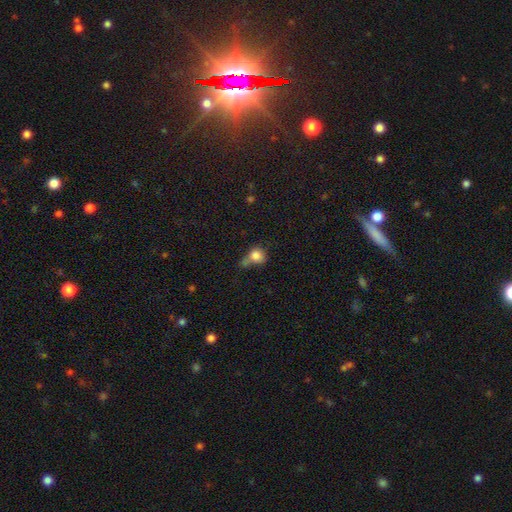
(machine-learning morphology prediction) smooth-or-featured: smooth: 81% | star or artifact: 10% | featured or disk: 8%
  how-rounded: round: 74% | in between: 25% | cigar-shaped: 1%
  merging: none: 39% | merger: 28% | minor disturbance: 22% | major disturbance: 12%